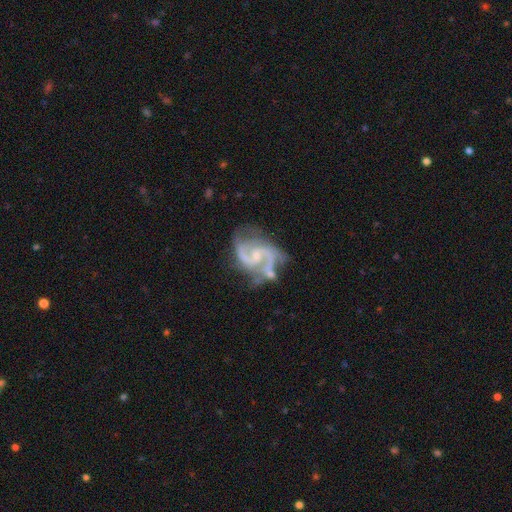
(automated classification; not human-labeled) Smooth or featured: featured or disk — 92% (star or artifact — 5%)
Edge-on disk: no — 98% (yes — 2%)
Bar: weak — 50% (no — 38%)
Spiral arms: yes — 98% (no — 2%)
Spiral winding: medium — 59% (loose — 27%)
Spiral arm count: 2 — 87% (3 — 5%)
Bulge size: small — 61% (moderate — 26%)
Merging: none — 49% (minor disturbance — 23%)